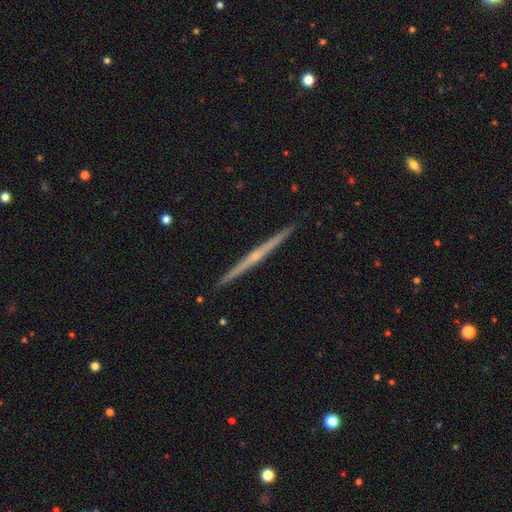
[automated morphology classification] Overall: featured or disk (79%). Edge-on disk: yes (99%). Edge-on bulge: rounded (56%; none 39%). Merging: none (93%).